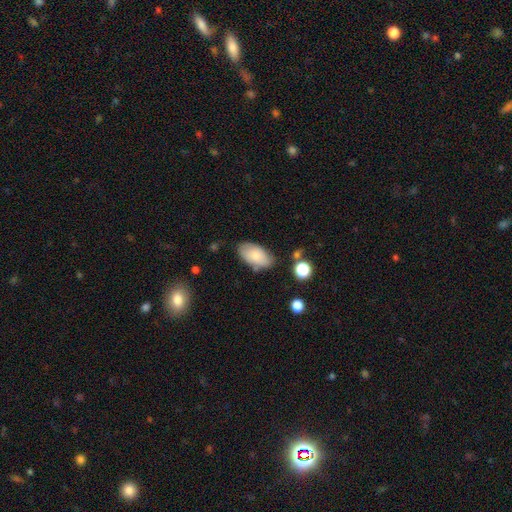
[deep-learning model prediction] Smooth or featured? Predicted: smooth (p=0.78). How rounded? Predicted: in between (p=0.94). Merging? Predicted: none (p=0.74).